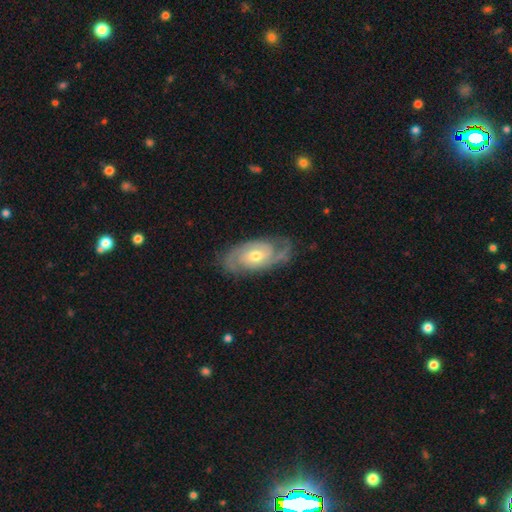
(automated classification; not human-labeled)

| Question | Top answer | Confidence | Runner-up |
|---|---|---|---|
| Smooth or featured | featured or disk | 87% | smooth (8%) |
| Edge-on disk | no | 95% | yes (5%) |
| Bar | no | 63% | weak (29%) |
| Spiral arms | yes | 96% | no (4%) |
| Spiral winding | tight | 57% | medium (35%) |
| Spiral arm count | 2 | 76% | can't tell (10%) |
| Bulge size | moderate | 61% | small (35%) |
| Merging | none | 79% | minor disturbance (15%) |